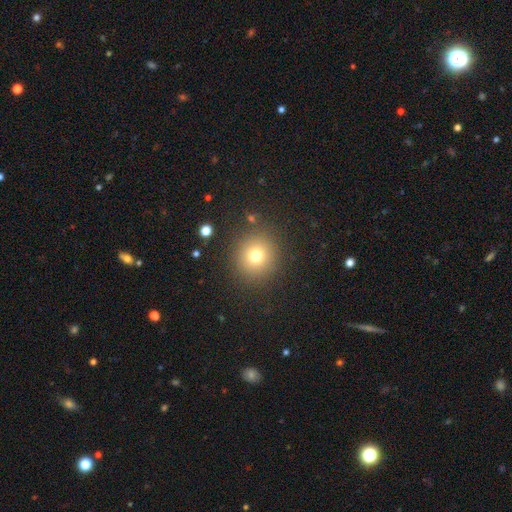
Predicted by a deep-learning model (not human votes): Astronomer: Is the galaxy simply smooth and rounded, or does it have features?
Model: smooth — 74%.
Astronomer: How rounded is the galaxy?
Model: round — 91%.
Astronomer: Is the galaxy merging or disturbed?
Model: none — 87%.